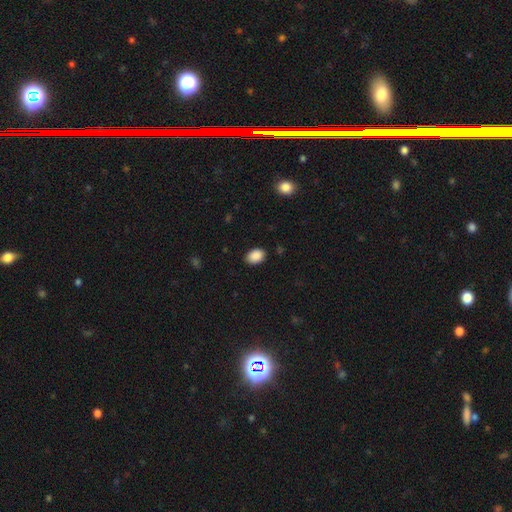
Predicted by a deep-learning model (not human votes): smooth-or-featured: smooth: 89% | star or artifact: 8% | featured or disk: 3%
  how-rounded: in between: 81% | round: 18% | cigar-shaped: 1%
  merging: none: 85% | minor disturbance: 11% | major disturbance: 2% | merger: 1%